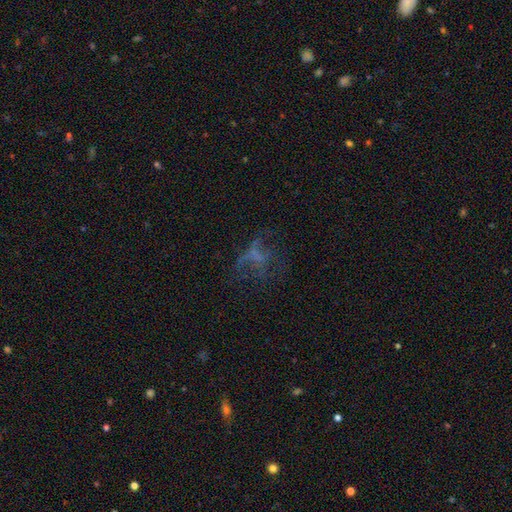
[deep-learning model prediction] Smooth or featured? Predicted: featured or disk (p=0.45). Merging? Predicted: major disturbance (p=0.43).